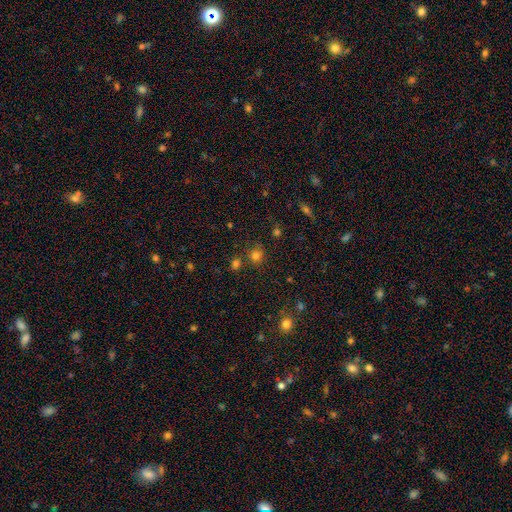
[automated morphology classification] type=smooth (75%); roundness=round (88%); merging=none (76%).